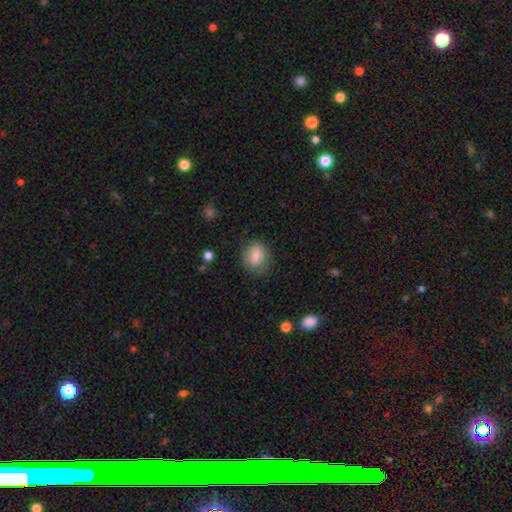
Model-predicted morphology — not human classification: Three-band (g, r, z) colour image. It shows a smooth galaxy with no disk features (80%) that is round (60%). Merging: none (79%).